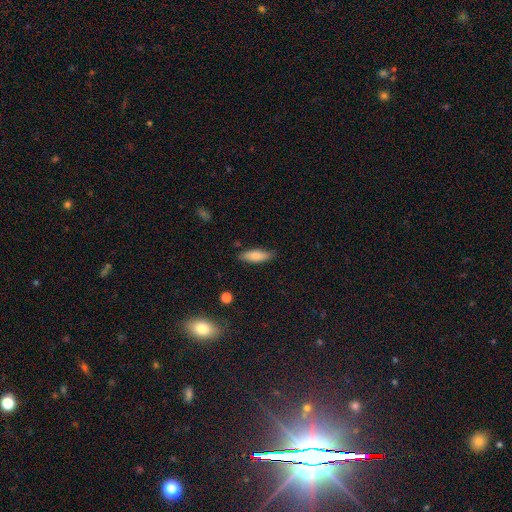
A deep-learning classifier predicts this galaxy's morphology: The model was most divided on "how rounded": in between: 55%, cigar-shaped: 43%, round: 2%. More confident: merging — none (82%); smooth or featured — smooth (78%).